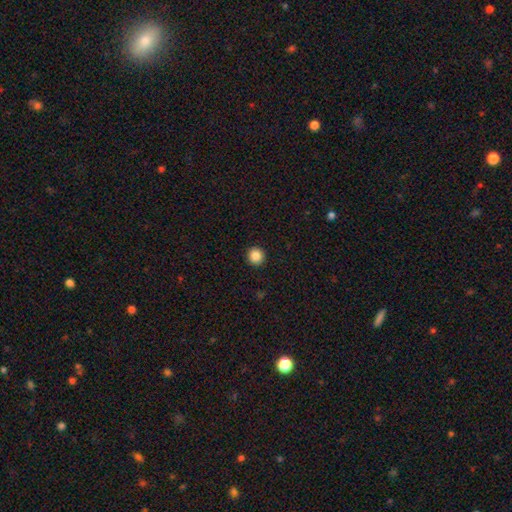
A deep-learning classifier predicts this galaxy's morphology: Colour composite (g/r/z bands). It shows a smooth galaxy with no disk features (87%) that is round (95%). Merging: none (93%).